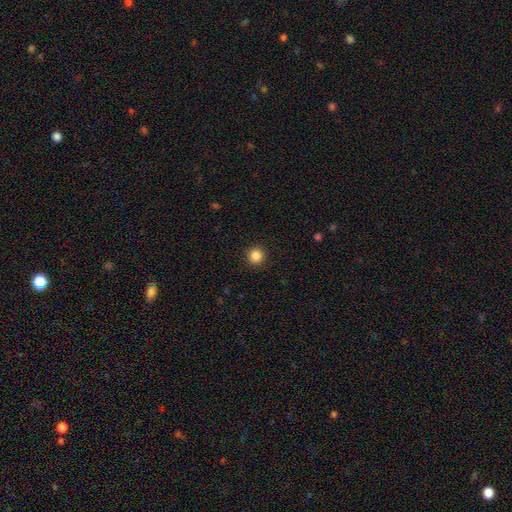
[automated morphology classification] smooth 86%, star or artifact 11%, featured or disk 3%. Down the decision tree: how rounded — round (93%); merging — none (92%).